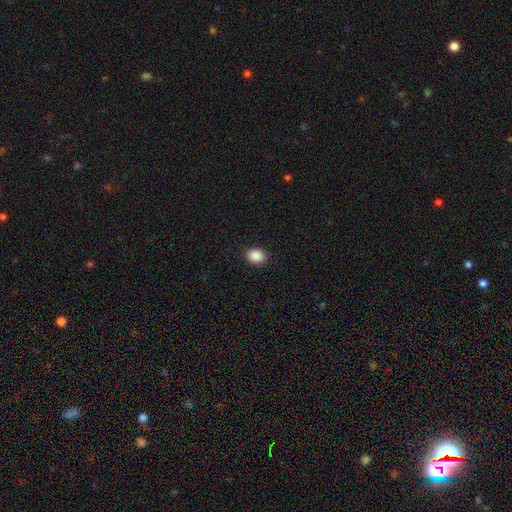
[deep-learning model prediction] This is clearly a smooth galaxy (89%). How rounded: likely in between (63%). Merging: clearly none (91%).